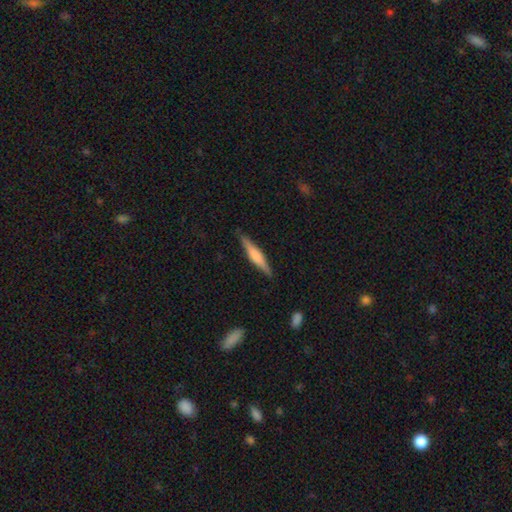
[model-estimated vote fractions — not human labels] Smooth or featured? featured or disk (50%)
Edge-on disk? yes (97%)
Merging? none (88%)